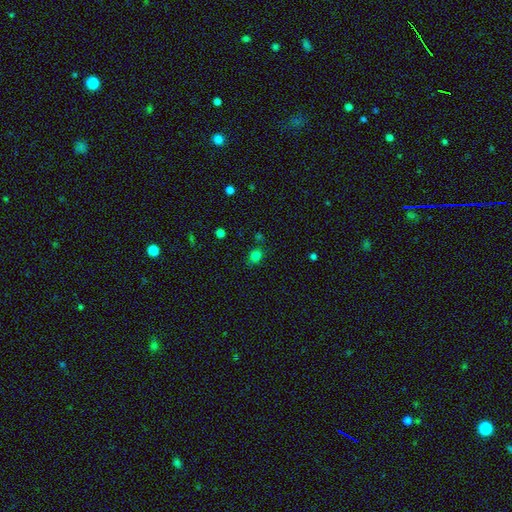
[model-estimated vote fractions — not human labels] Smooth or featured: smooth — 78% (star or artifact — 17%)
How rounded: round — 59% (in between — 40%)
Merging: none — 77% (minor disturbance — 15%)